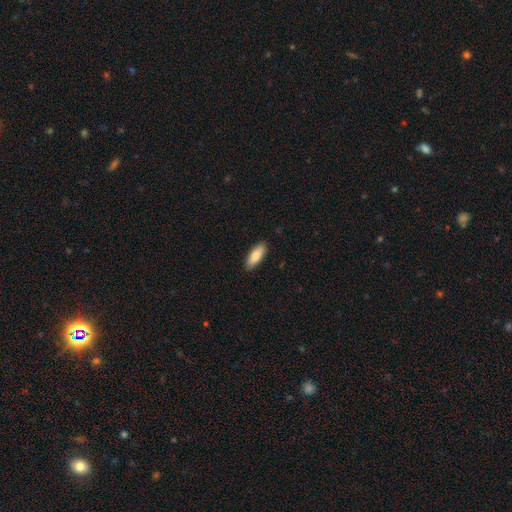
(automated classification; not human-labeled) A smooth galaxy with no disk features (83%) that is in between round and cigar-shaped (70%). Merging: none (89%).